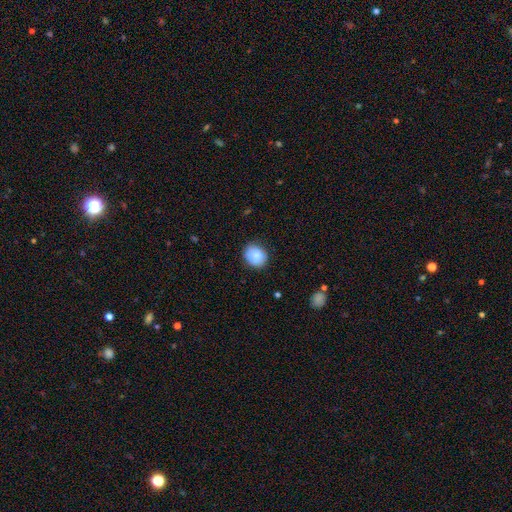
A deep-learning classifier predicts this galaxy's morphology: smooth_or_featured: smooth (p=0.82) [alt: featured or disk p=0.10]
how_rounded: round (p=0.71) [alt: in between p=0.28]
merging: none (p=0.83) [alt: minor disturbance p=0.13]